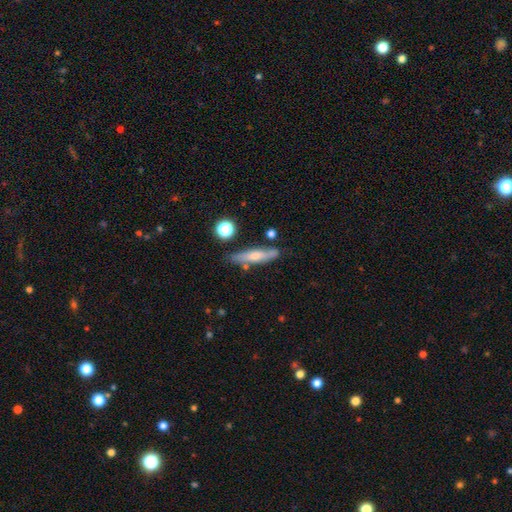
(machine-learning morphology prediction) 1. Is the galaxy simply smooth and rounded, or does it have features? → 51% smooth, 41% featured or disk, 8% star or artifact.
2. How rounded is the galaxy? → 81% cigar-shaped, 17% in between, 3% round.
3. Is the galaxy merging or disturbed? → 73% none, 16% minor disturbance, 6% merger, 4% major disturbance.